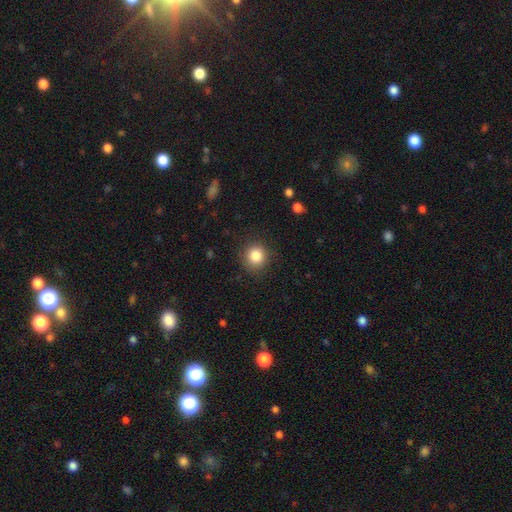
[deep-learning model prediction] This appears to be a smooth galaxy with no disk features (84%) that is round (90%). Merging: none (88%).